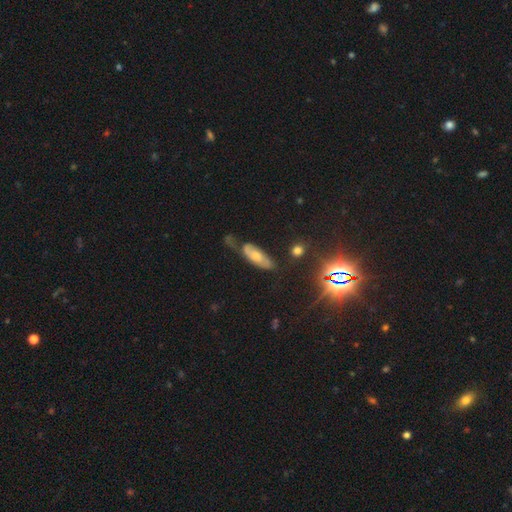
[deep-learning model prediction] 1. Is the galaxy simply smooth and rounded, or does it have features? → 51% featured or disk, 40% smooth, 9% star or artifact.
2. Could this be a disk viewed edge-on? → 80% no, 20% yes.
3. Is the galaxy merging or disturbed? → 50% none, 29% minor disturbance, 16% major disturbance, 5% merger.